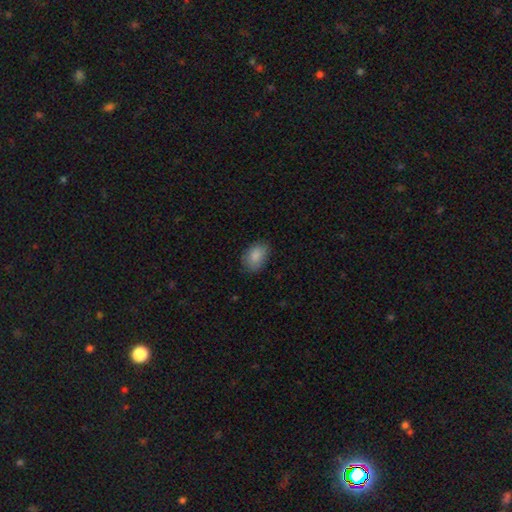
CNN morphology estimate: A smooth galaxy with no disk features (87%) that is in between round and cigar-shaped (82%).

Vote fractions:
- Smooth or featured? smooth: 87% / star or artifact: 7% / featured or disk: 6%
- How rounded? in between: 82% / round: 17% / cigar-shaped: 1%
- Merging? none: 78% / minor disturbance: 17% / major disturbance: 4% / merger: 1%